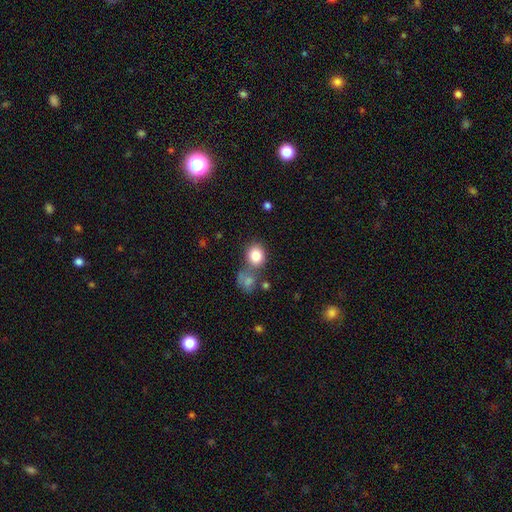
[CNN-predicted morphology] Smooth or featured: smooth — 84% (star or artifact — 9%)
How rounded: round — 66% (in between — 33%)
Merging: none — 56% (merger — 26%)